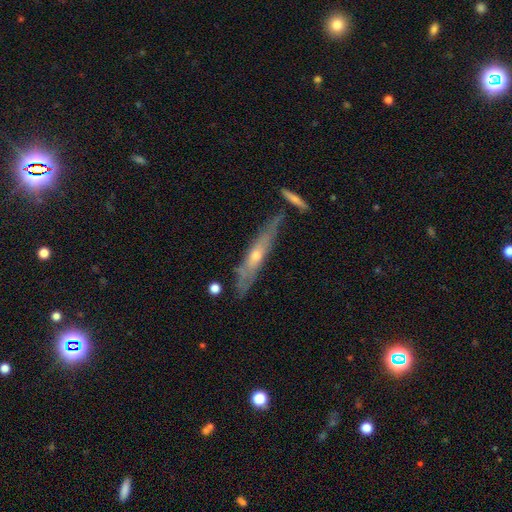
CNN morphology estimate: Smooth or featured?
  - featured or disk: 64% *
  - smooth: 29%
  - star or artifact: 6%
Edge-on disk?
  - yes: 76% *
  - no: 24%
Merging?
  - none: 69% *
  - minor disturbance: 19%
  - merger: 6%
  - major disturbance: 5%